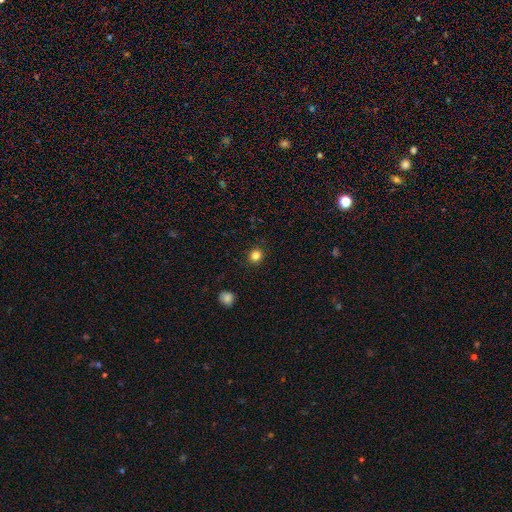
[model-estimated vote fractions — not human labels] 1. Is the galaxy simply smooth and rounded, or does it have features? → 83% smooth, 12% star or artifact, 4% featured or disk.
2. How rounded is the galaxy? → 84% round, 15% in between, 1% cigar-shaped.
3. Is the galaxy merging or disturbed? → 91% none, 6% minor disturbance, 2% major disturbance, 1% merger.